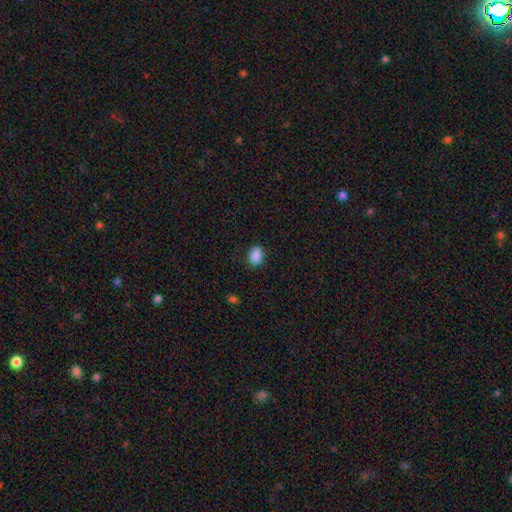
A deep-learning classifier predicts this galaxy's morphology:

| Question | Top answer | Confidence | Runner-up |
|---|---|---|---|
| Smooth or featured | smooth | 88% | star or artifact (9%) |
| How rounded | in between | 76% | round (23%) |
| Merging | none | 79% | minor disturbance (16%) |